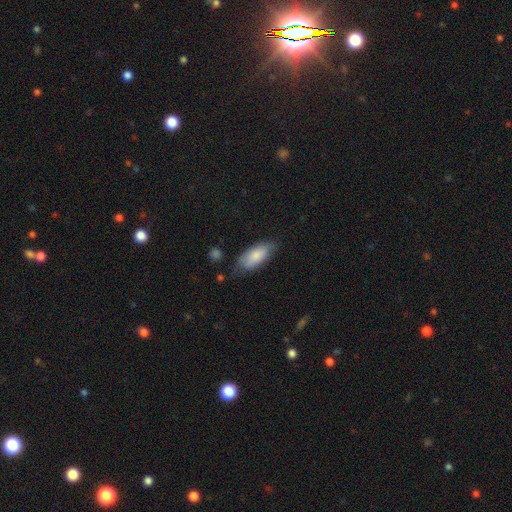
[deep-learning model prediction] Smooth or featured: smooth — 82% (featured or disk — 13%)
How rounded: in between — 85% (cigar-shaped — 13%)
Merging: none — 62% (minor disturbance — 29%)